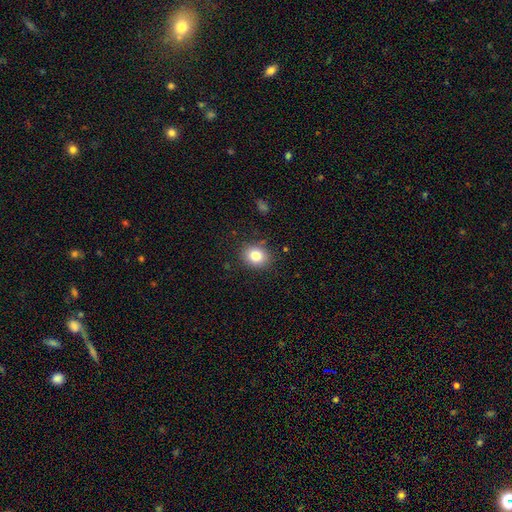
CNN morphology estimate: Smooth or featured?
  - smooth: 81% *
  - star or artifact: 11%
  - featured or disk: 8%
How rounded?
  - round: 67% *
  - in between: 32%
  - cigar-shaped: 1%
Merging?
  - none: 86% *
  - minor disturbance: 10%
  - major disturbance: 3%
  - merger: 1%